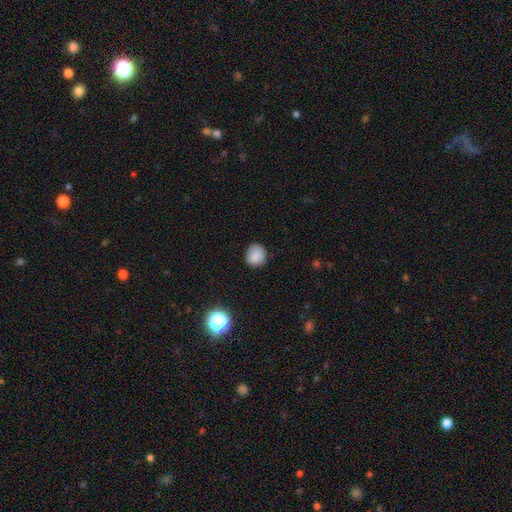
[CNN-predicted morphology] Smooth or featured? Predicted: smooth (p=0.84). How rounded? Predicted: round (p=0.85). Merging? Predicted: none (p=0.84).